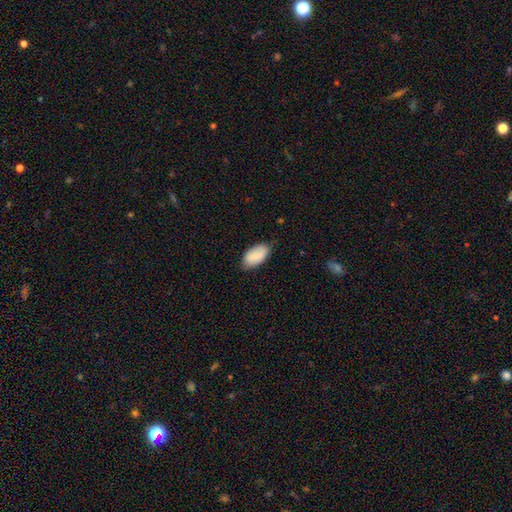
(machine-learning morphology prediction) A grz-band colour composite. It shows a smooth galaxy with no disk features (80%) that is in between round and cigar-shaped (95%). Merging: none (77%).